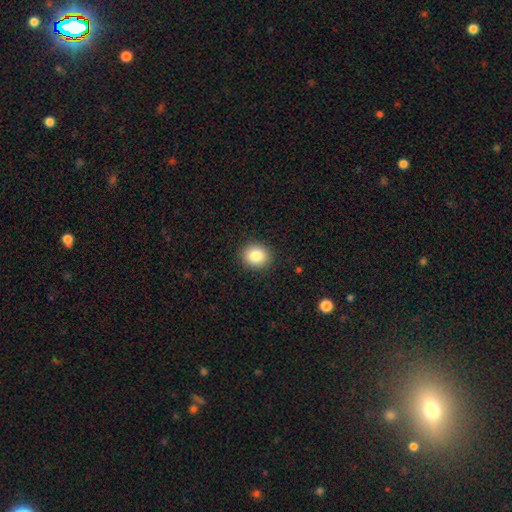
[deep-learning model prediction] smooth_or_featured: smooth (p=0.84) [alt: star or artifact p=0.09]
how_rounded: round (p=0.70) [alt: in between p=0.29]
merging: none (p=0.90) [alt: minor disturbance p=0.07]